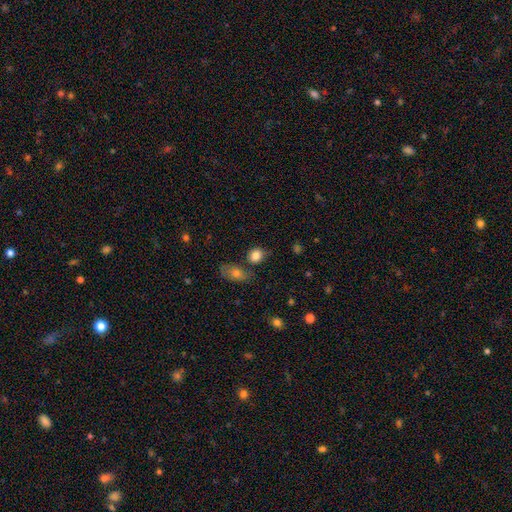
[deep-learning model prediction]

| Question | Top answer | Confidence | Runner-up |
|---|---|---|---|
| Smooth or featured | smooth | 84% | star or artifact (9%) |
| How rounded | round | 62% | in between (37%) |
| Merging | none | 65% | minor disturbance (16%) |